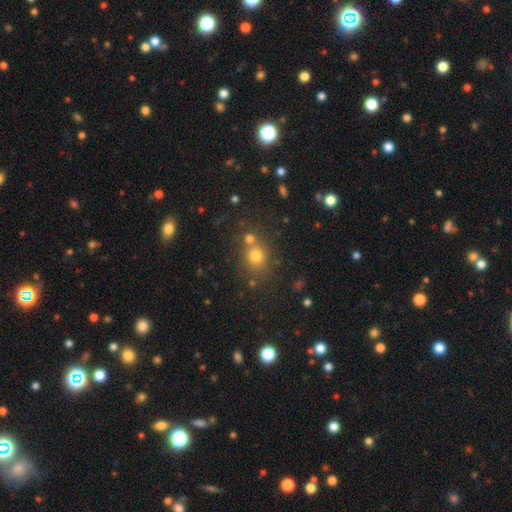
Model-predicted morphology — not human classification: Smooth or featured? smooth (72%)
How rounded? round (79%)
Merging? none (65%)